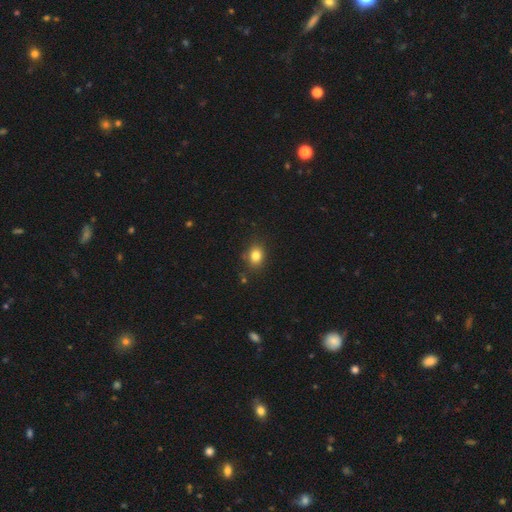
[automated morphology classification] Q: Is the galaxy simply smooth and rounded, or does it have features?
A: smooth — 82%.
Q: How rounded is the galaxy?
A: in between — 51%.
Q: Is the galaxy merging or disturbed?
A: none — 82%.